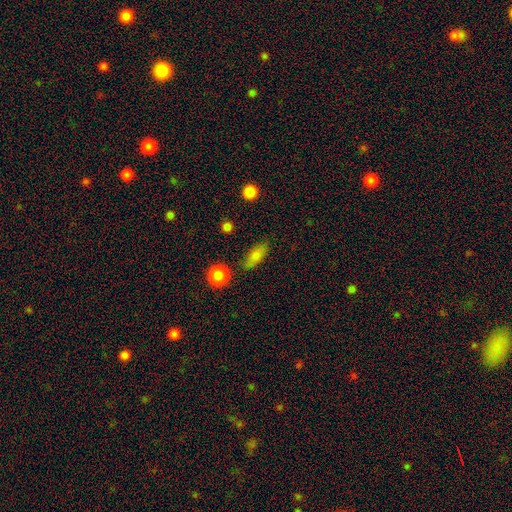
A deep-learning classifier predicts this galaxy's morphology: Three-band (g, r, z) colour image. It shows a smooth galaxy with no disk features (78%) that is in between round and cigar-shaped (72%). Merging: none (79%).